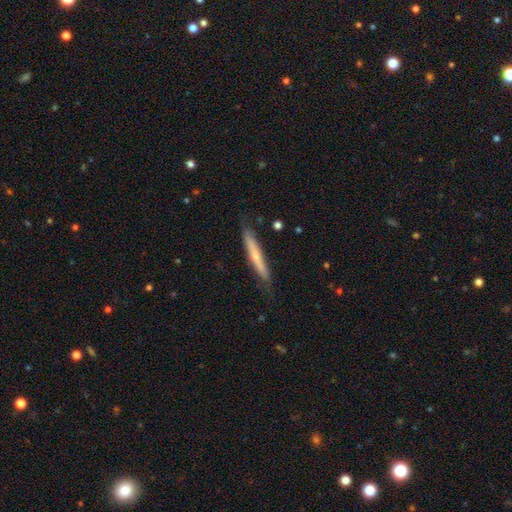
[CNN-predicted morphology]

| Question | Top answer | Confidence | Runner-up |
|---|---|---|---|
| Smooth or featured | smooth | 53% | featured or disk (41%) |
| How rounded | cigar-shaped | 95% | in between (3%) |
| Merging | none | 79% | minor disturbance (17%) |